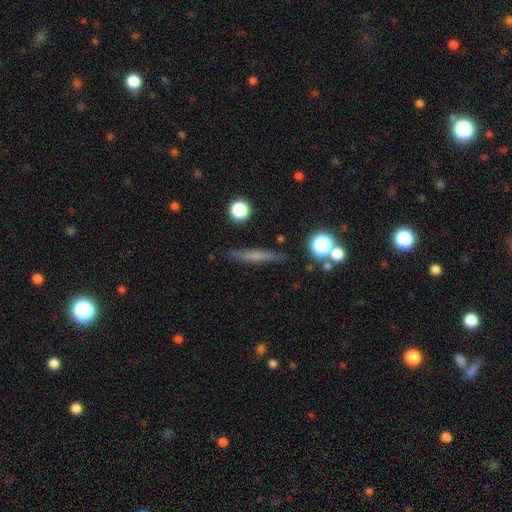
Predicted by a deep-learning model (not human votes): smooth 57%, featured or disk 33%, star or artifact 10%. Down the decision tree: how rounded — cigar-shaped (88%); merging — none (86%).